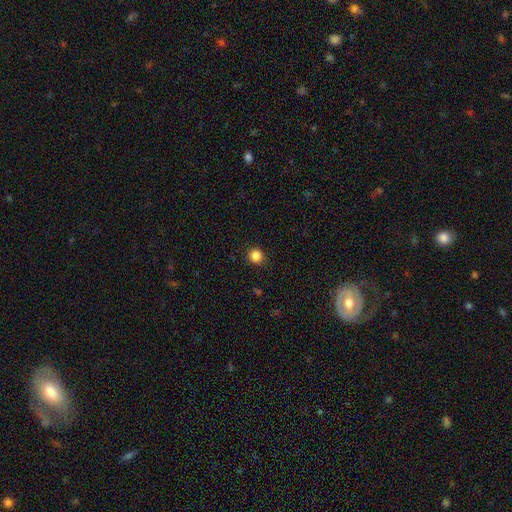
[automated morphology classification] Overall: smooth (85%). How rounded: round (92%). Merging: none (91%).